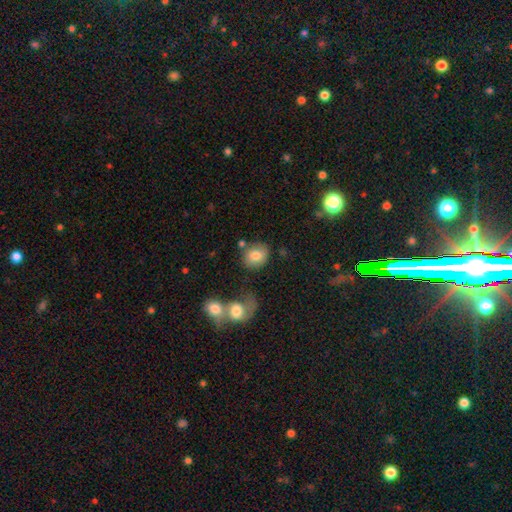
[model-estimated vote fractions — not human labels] smooth-or-featured: smooth: 78% | featured or disk: 13% | star or artifact: 8%
  how-rounded: round: 65% | in between: 34% | cigar-shaped: 1%
  merging: none: 68% | merger: 13% | minor disturbance: 13% | major disturbance: 6%